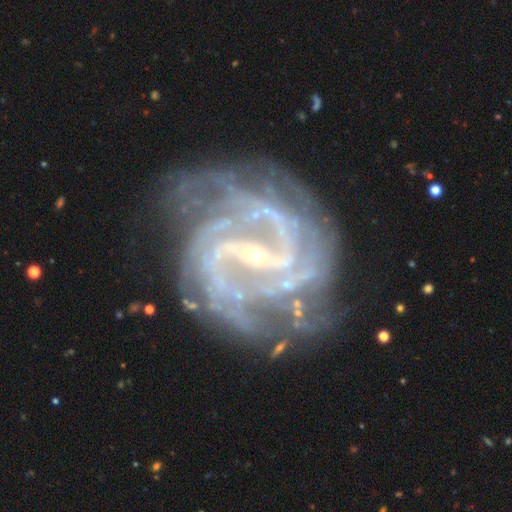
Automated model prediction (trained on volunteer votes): Q: Smooth or featured?
A: featured or disk (92%); runner-up: star or artifact (5%)
Q: Edge-on disk?
A: no (98%); runner-up: yes (2%)
Q: Bar?
A: strong (54%); runner-up: weak (34%)
Q: Spiral arms?
A: yes (98%); runner-up: no (2%)
Q: Spiral winding?
A: medium (46%); runner-up: tight (41%)
Q: Spiral arm count?
A: 2 (41%); runner-up: can't tell (17%)
Q: Bulge size?
A: small (86%); runner-up: moderate (9%)
Q: Merging?
A: none (67%); runner-up: minor disturbance (19%)